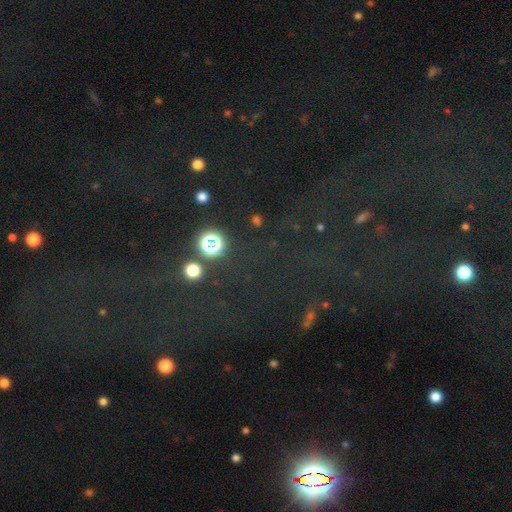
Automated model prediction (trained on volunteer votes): A star or artifact, not a galaxy (74%).